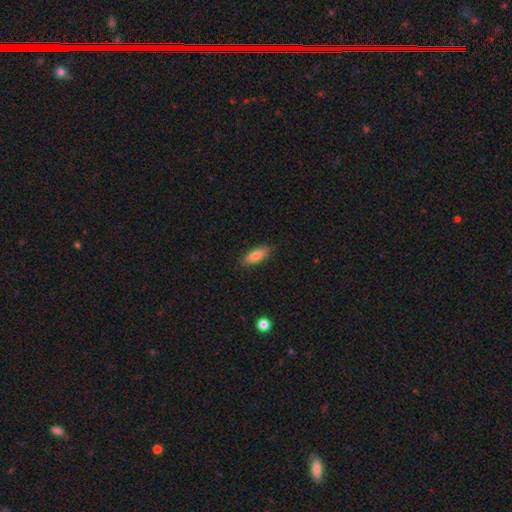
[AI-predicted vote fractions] The model was most divided on "how rounded": in between: 72%, cigar-shaped: 26%, round: 2%. More confident: merging — none (83%); smooth or featured — smooth (83%).